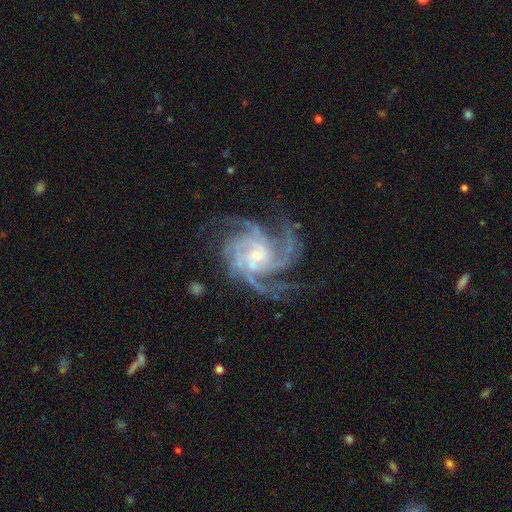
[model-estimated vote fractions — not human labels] smooth-or-featured: featured or disk: 92% | star or artifact: 5% | smooth: 3%
  disk-edge-on: no: 98% | yes: 2%
    bar: no: 65% | weak: 28% | strong: 7%
    has-spiral-arms: yes: 98% | no: 2%
      spiral-winding: medium: 49% | tight: 43% | loose: 8%
      spiral-arm-count: 4: 36% | 3: 34% | can't tell: 9% | 2: 8% | more than 4: 7% | 1: 6%
    bulge-size: small: 68% | moderate: 25% | none: 3% | large: 3% | dominant: 1%
  merging: none: 66% | minor disturbance: 17% | major disturbance: 15% | merger: 2%